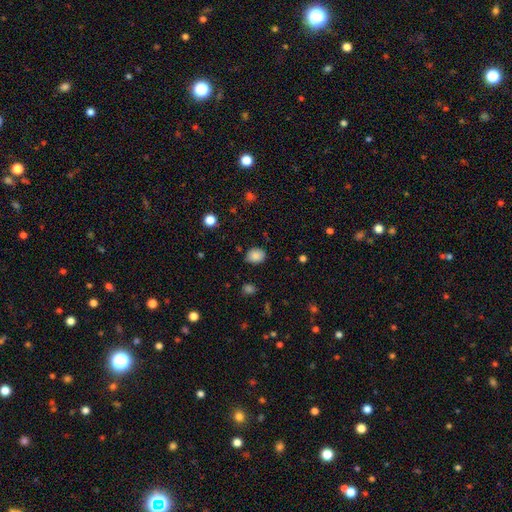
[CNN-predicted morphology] smooth 85%, star or artifact 9%, featured or disk 5%. Down the decision tree: how rounded — round (50%); merging — none (80%).